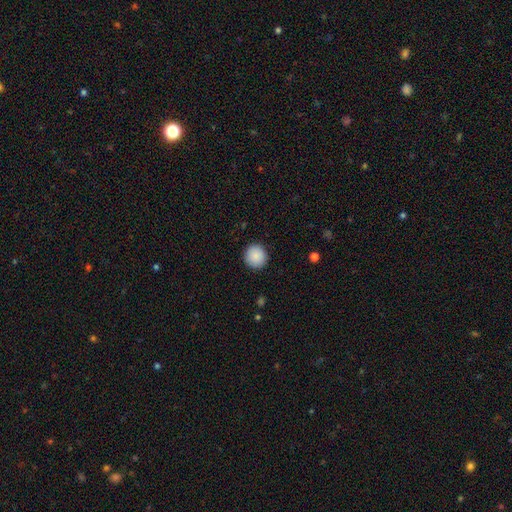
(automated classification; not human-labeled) Q: Smooth or featured?
A: smooth (90%); runner-up: star or artifact (7%)
Q: How rounded?
A: round (94%); runner-up: in between (5%)
Q: Merging?
A: none (92%); runner-up: minor disturbance (6%)